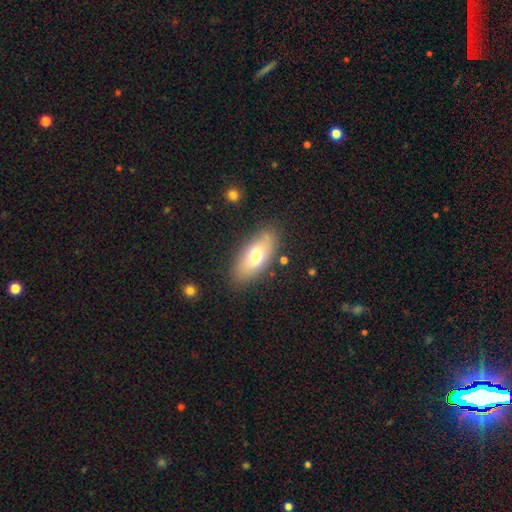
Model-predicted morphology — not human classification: Q: Smooth or featured?
A: smooth (66%); runner-up: featured or disk (26%)
Q: How rounded?
A: in between (81%); runner-up: cigar-shaped (16%)
Q: Merging?
A: none (86%); runner-up: minor disturbance (10%)